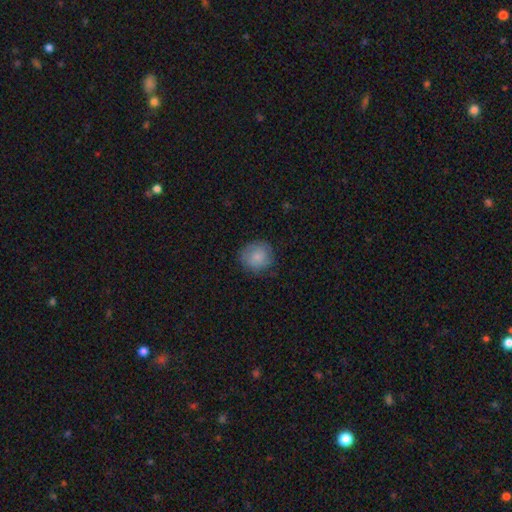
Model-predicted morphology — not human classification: Smooth or featured: smooth — 83% (featured or disk — 9%)
How rounded: round — 89% (in between — 10%)
Merging: none — 81% (minor disturbance — 15%)